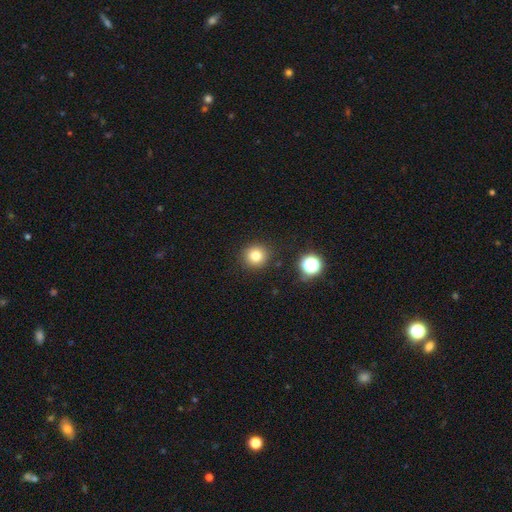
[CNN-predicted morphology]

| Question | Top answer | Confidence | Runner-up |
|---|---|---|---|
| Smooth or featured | smooth | 79% | star or artifact (14%) |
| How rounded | round | 93% | in between (6%) |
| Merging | none | 89% | minor disturbance (6%) |